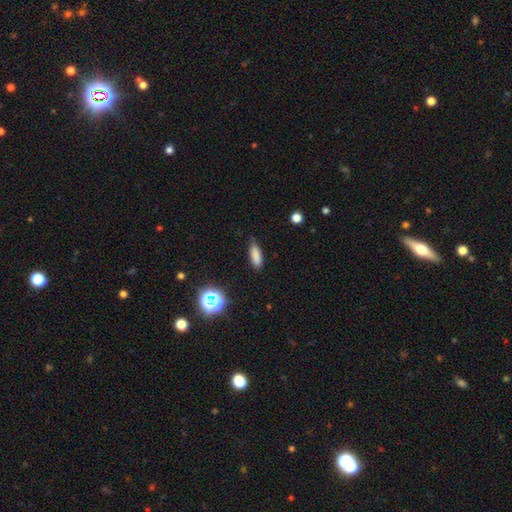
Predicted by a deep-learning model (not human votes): Overall: smooth (83%). How rounded: in between (61%; cigar-shaped 36%). Merging: none (74%).